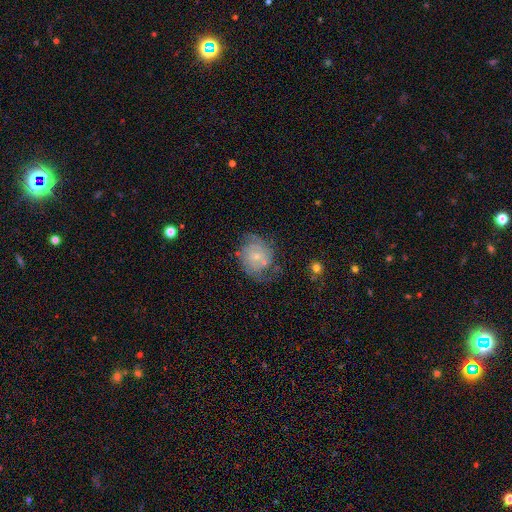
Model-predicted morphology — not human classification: smooth-or-featured: featured or disk: 68% | smooth: 23% | star or artifact: 9%
  disk-edge-on: no: 98% | yes: 2%
    bar: no: 71% | weak: 25% | strong: 4%
    has-spiral-arms: yes: 87% | no: 13%
      spiral-winding: tight: 55% | medium: 33% | loose: 13%
      spiral-arm-count: can't tell: 38% | 2: 35% | 3: 12% | 4: 6% | 1: 5% | more than 4: 4%
    bulge-size: small: 74% | moderate: 18% | none: 5% | large: 2% | dominant: 1%
  merging: none: 58% | minor disturbance: 23% | major disturbance: 14% | merger: 5%